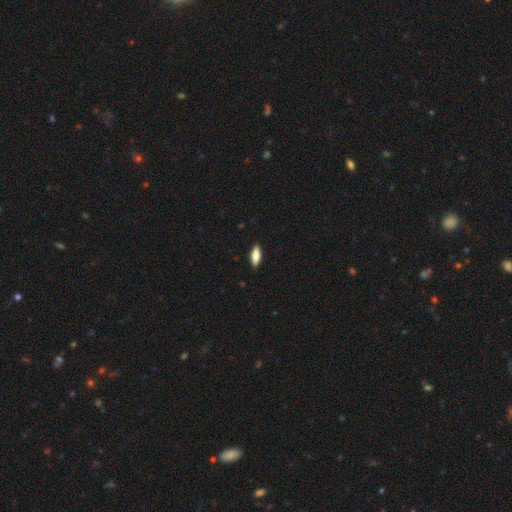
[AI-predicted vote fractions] Morphology: type=smooth (80%); roundness=in between (65%); merging=none (89%).